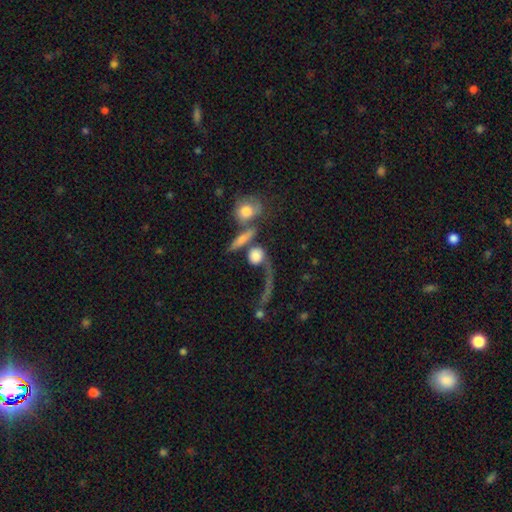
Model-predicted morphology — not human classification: A smooth galaxy with no disk features (55%) that is round (63%). Merging: merger (37%).